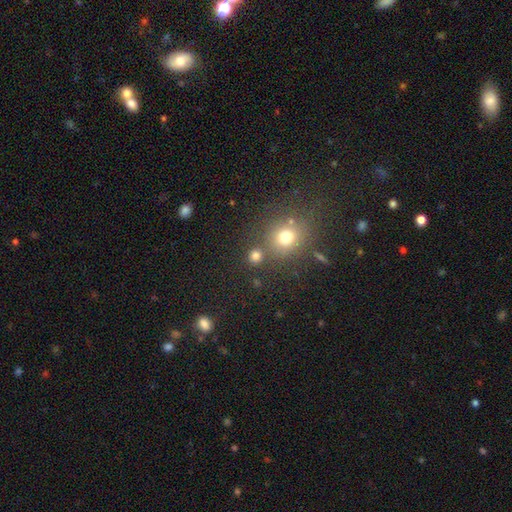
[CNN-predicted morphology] type=smooth (76%); roundness=round (87%); merging=none (76%).